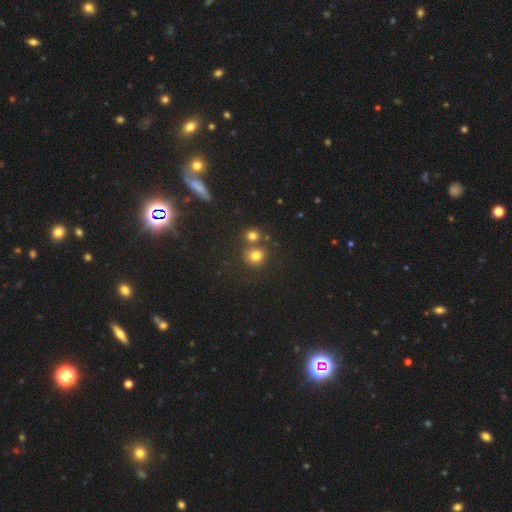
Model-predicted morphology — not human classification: type=smooth (76%); roundness=round (85%); merging=none (61%).